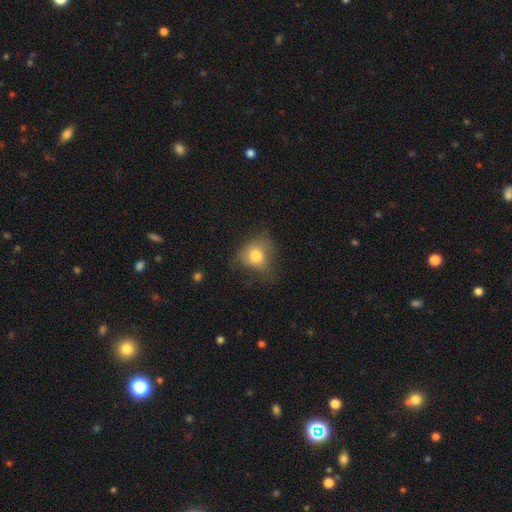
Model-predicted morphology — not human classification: smooth_or_featured: smooth (p=0.74) [alt: featured or disk p=0.16]
how_rounded: round (p=0.57) [alt: in between p=0.42]
merging: none (p=0.40) [alt: minor disturbance p=0.32]